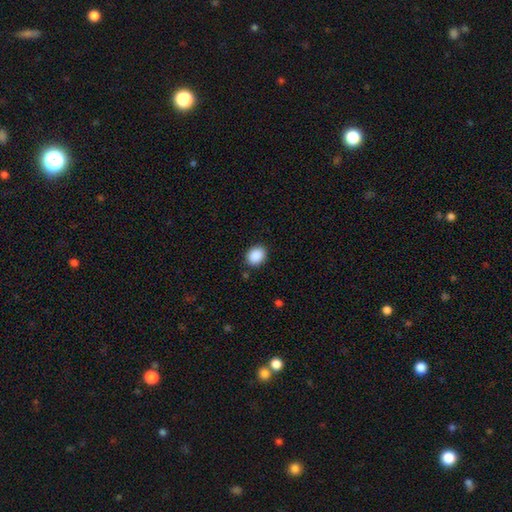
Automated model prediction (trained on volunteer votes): Q: Smooth or featured?
A: smooth (89%); runner-up: star or artifact (8%)
Q: How rounded?
A: round (54%); runner-up: in between (45%)
Q: Merging?
A: none (88%); runner-up: minor disturbance (9%)